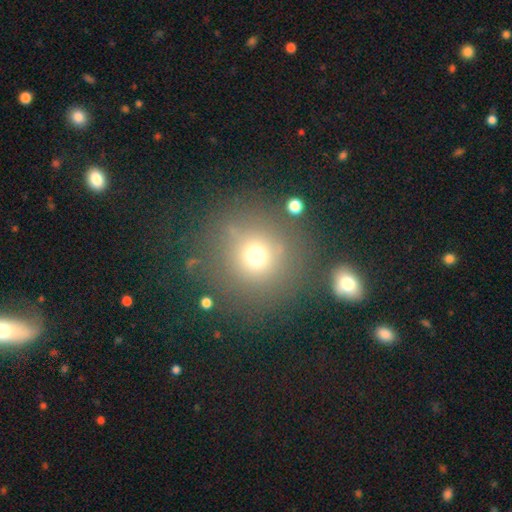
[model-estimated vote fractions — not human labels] Smooth or featured? Predicted: smooth (p=0.69). How rounded? Predicted: round (p=0.93). Merging? Predicted: none (p=0.76).